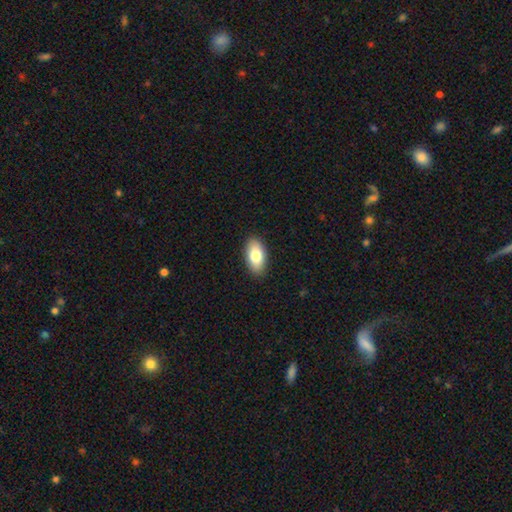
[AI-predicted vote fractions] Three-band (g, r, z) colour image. It shows a smooth galaxy with no disk features (81%) that is in between round and cigar-shaped (93%). Merging: none (89%).